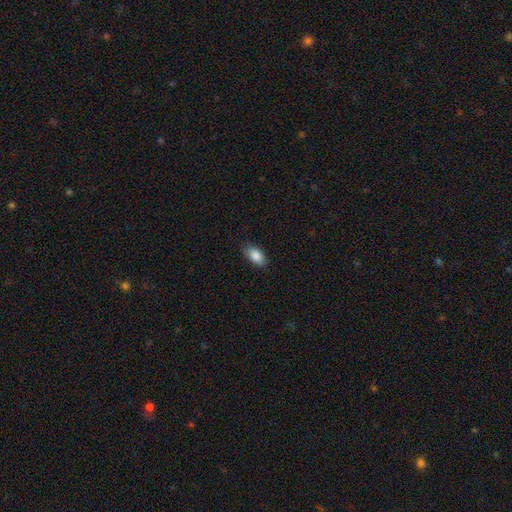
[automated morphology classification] This is clearly a smooth galaxy (87%). How rounded: clearly in between (91%). Merging: clearly none (81%).